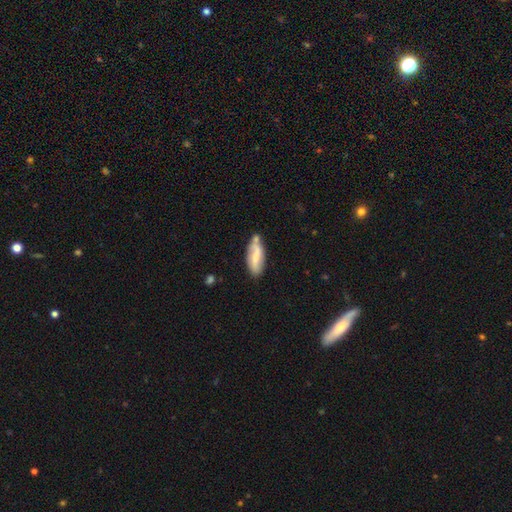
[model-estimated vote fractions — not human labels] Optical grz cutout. It shows a smooth galaxy with no disk features (47%, tied with featured or disk). Merging: none (59%).